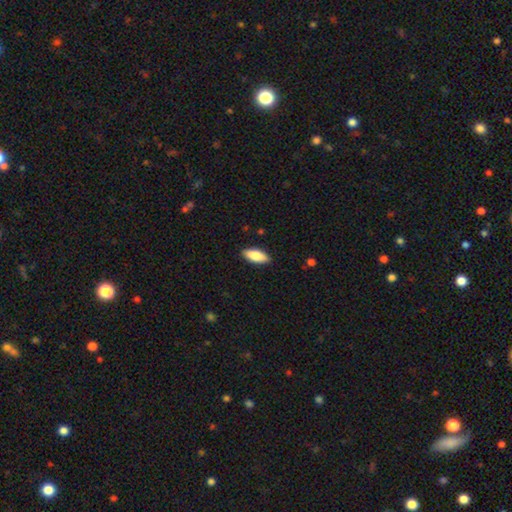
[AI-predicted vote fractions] Overall: smooth (82%). How rounded: in between (81%). Merging: none (88%).